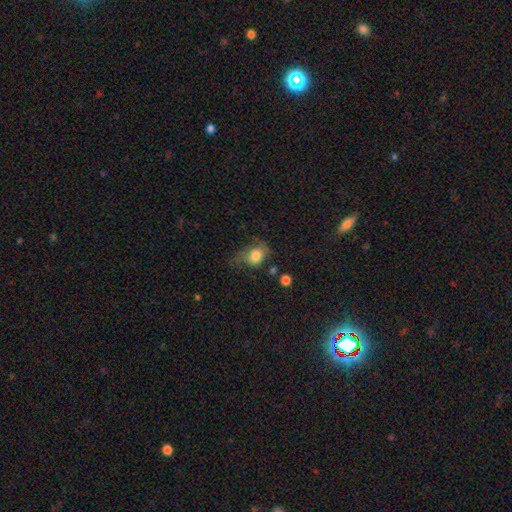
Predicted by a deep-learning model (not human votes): smooth_or_featured: smooth (p=0.78) [alt: featured or disk p=0.13]
how_rounded: in between (p=0.55) [alt: round p=0.43]
merging: none (p=0.38) [alt: minor disturbance p=0.33]